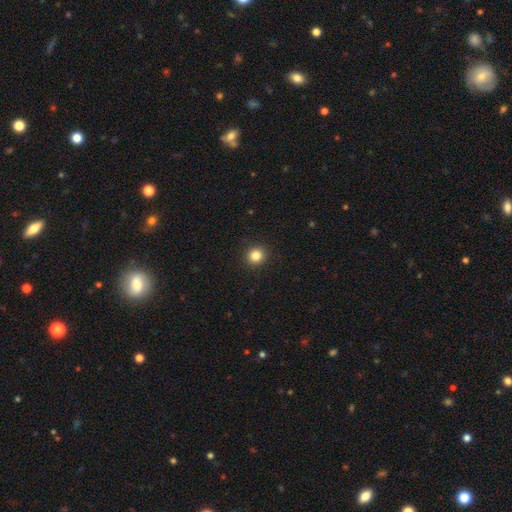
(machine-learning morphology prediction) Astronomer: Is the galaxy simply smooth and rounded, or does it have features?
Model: smooth — 84%.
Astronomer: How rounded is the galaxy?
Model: round — 89%.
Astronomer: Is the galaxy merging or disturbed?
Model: none — 92%.